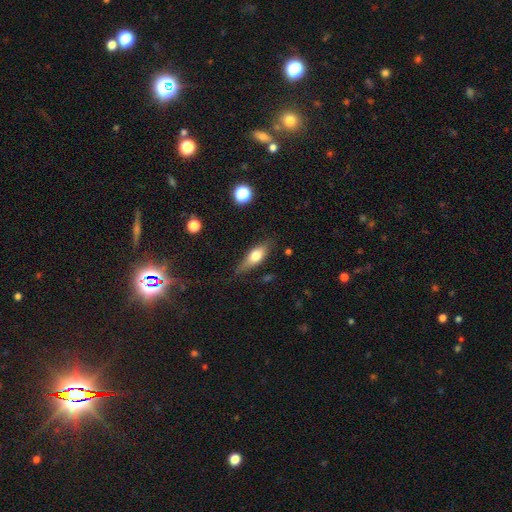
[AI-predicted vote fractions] Smooth or featured: smooth — 56% (featured or disk — 37%)
How rounded: in between — 62% (cigar-shaped — 34%)
Merging: none — 75% (minor disturbance — 19%)